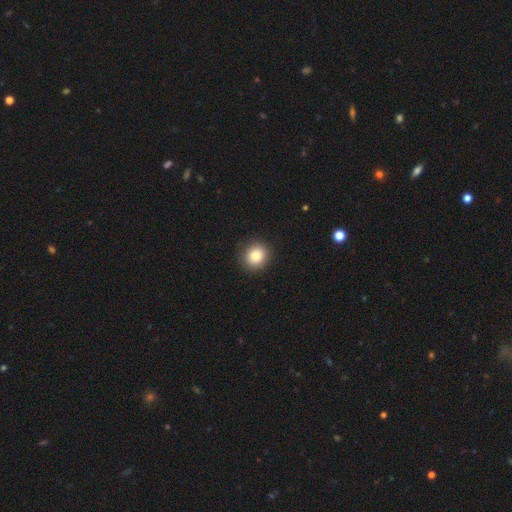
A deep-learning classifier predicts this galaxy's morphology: smooth_or_featured: smooth (p=0.84) [alt: star or artifact p=0.10]
how_rounded: round (p=0.81) [alt: in between p=0.18]
merging: none (p=0.91) [alt: minor disturbance p=0.06]